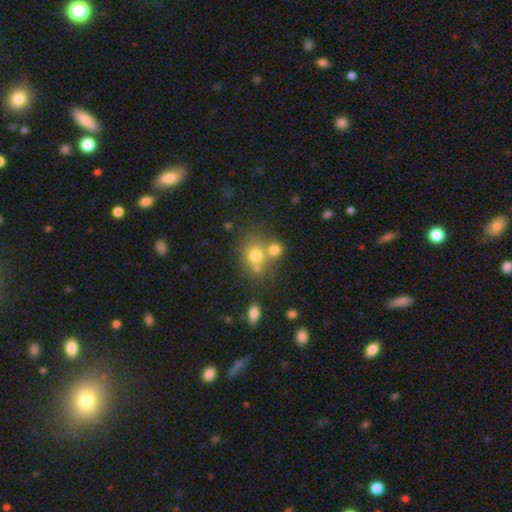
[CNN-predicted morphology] smooth_or_featured: smooth (p=0.71) [alt: star or artifact p=0.15]
how_rounded: round (p=0.71) [alt: in between p=0.27]
merging: none (p=0.48) [alt: merger p=0.37]